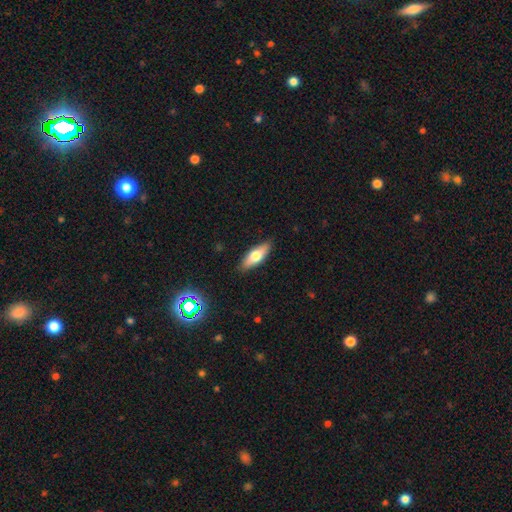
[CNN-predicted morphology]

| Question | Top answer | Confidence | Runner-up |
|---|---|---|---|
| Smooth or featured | smooth | 62% | featured or disk (31%) |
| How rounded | in between | 64% | cigar-shaped (33%) |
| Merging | none | 87% | minor disturbance (10%) |